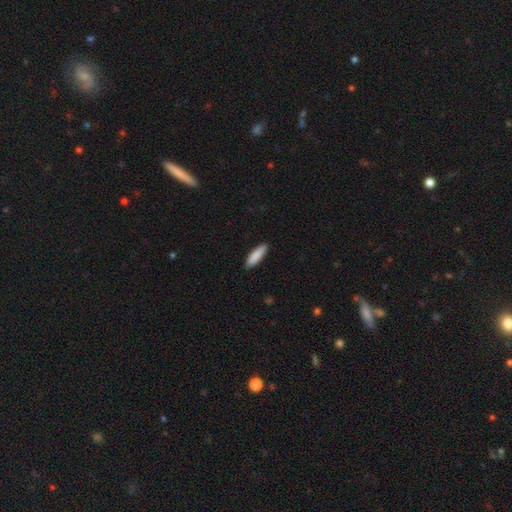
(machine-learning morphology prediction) smooth_or_featured: smooth (p=0.88) [alt: featured or disk p=0.06]
how_rounded: cigar-shaped (p=0.63) [alt: in between p=0.36]
merging: none (p=0.89) [alt: minor disturbance p=0.09]